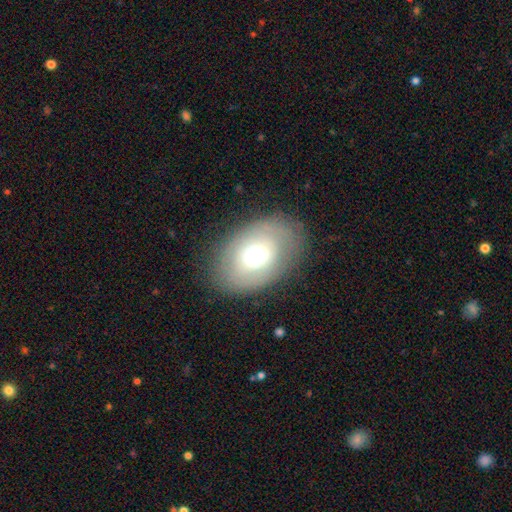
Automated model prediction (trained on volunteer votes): smooth-or-featured: smooth: 60% | featured or disk: 28% | star or artifact: 11%
  how-rounded: in between: 73% | round: 26% | cigar-shaped: 1%
  merging: none: 80% | minor disturbance: 12% | major disturbance: 7% | merger: 1%